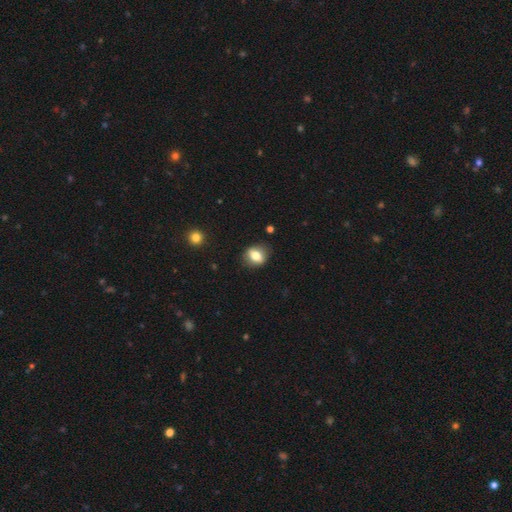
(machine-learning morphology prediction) This is likely a smooth galaxy (70%). How rounded: possibly in between (56%). Merging: likely none (80%).